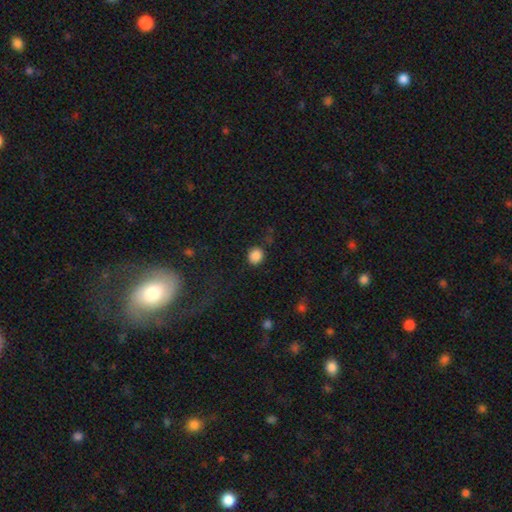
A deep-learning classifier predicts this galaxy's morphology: Smooth or featured? smooth (86%)
How rounded? round (76%)
Merging? none (82%)